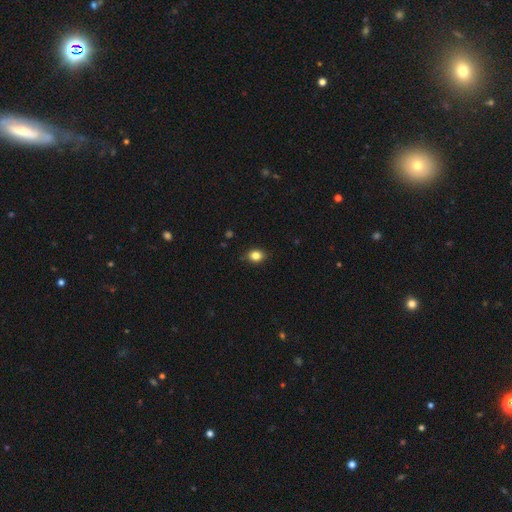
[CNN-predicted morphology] smooth_or_featured: smooth (p=0.83) [alt: star or artifact p=0.11]
how_rounded: round (p=0.53) [alt: in between p=0.46]
merging: none (p=0.82) [alt: minor disturbance p=0.14]